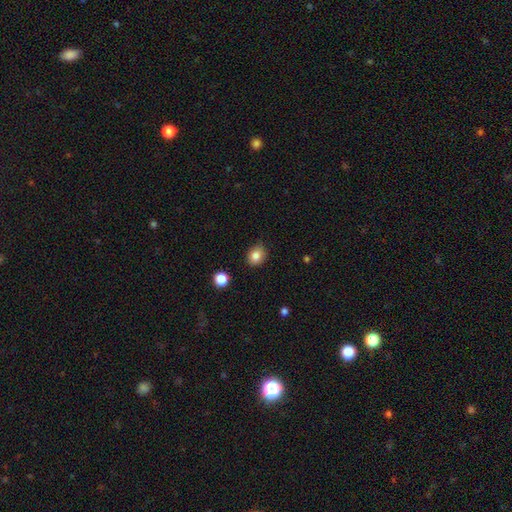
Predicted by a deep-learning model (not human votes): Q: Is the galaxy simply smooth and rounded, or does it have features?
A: smooth — 83%.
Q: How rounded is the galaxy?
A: round — 62%.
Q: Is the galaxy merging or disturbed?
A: none — 83%.